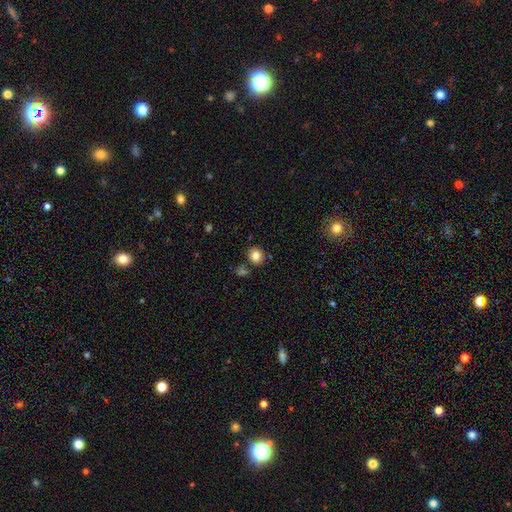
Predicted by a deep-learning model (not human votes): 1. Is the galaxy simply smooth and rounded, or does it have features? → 82% smooth, 11% star or artifact, 7% featured or disk.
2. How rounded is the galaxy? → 75% round, 24% in between, 1% cigar-shaped.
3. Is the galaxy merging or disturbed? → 79% none, 10% minor disturbance, 8% merger, 3% major disturbance.